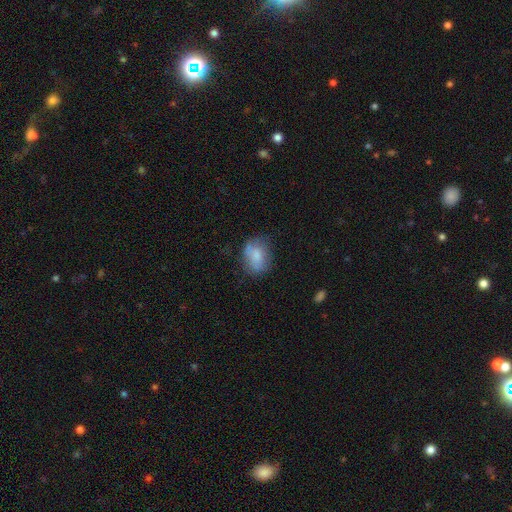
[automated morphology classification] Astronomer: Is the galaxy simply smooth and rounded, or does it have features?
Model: smooth — 71%.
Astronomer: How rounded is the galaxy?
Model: in between — 65%.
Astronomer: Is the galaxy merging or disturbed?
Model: none — 57%.